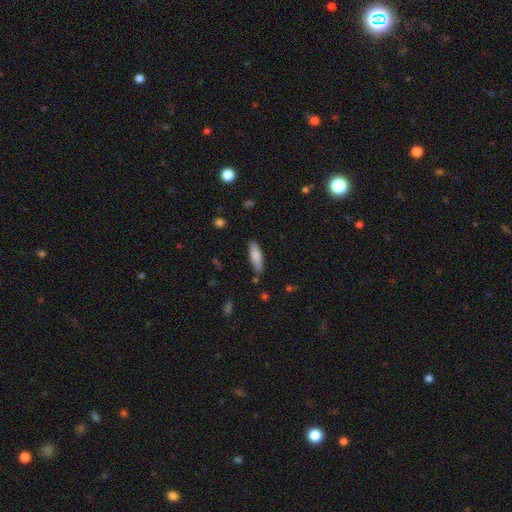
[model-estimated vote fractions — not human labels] The model was most divided on "how rounded": cigar-shaped: 58%, in between: 41%, round: 2%. More confident: merging — none (79%); smooth or featured — smooth (79%).